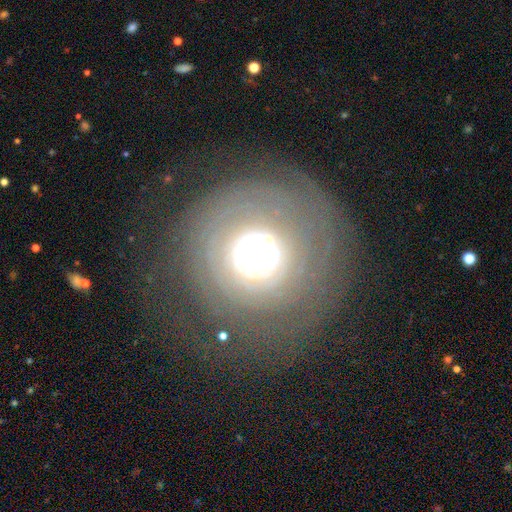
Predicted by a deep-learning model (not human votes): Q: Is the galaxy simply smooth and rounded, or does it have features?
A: featured or disk — 50%.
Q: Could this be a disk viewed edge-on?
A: no — 96%.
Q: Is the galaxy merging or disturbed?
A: none — 67%.